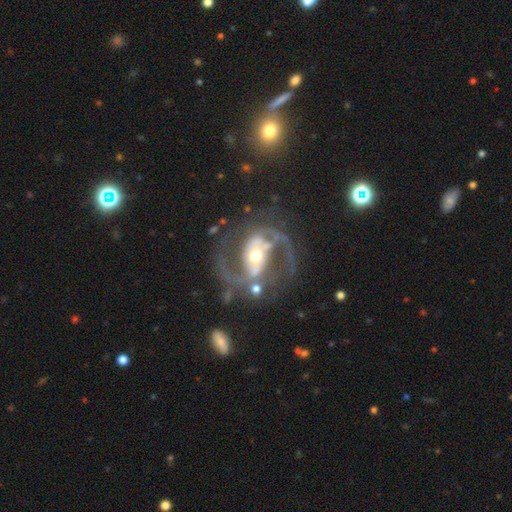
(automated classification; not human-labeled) featured or disk 91%, star or artifact 5%, smooth 4%. Down the decision tree: edge-on disk — no (97%); bar — strong (43%); spiral arms — yes (97%); spiral arm count — 2 (92%); spiral winding — medium (62%); bulge size — moderate (61%); merging — none (68%).